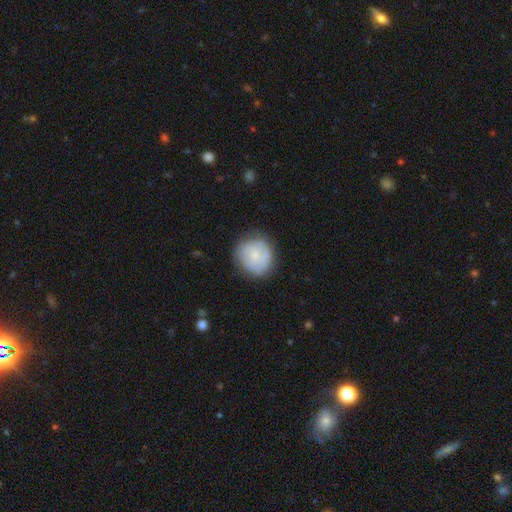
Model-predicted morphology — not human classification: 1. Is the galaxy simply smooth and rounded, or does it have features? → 62% smooth, 31% featured or disk, 7% star or artifact.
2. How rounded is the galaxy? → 84% round, 15% in between, 1% cigar-shaped.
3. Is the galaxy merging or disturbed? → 71% none, 21% minor disturbance, 7% major disturbance, 2% merger.